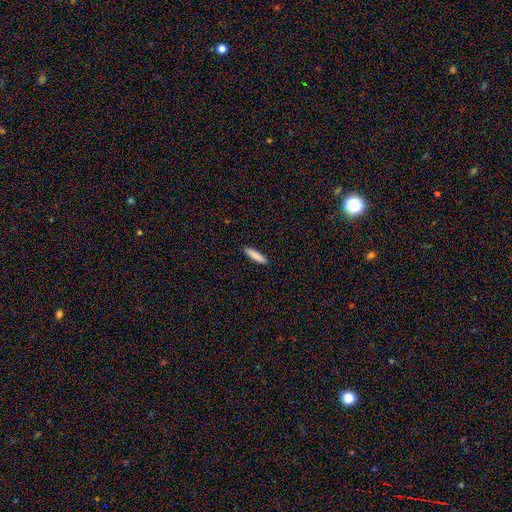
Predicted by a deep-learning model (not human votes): Smooth or featured?
  - smooth: 87% *
  - featured or disk: 7%
  - star or artifact: 6%
How rounded?
  - cigar-shaped: 85% *
  - in between: 14%
  - round: 1%
Merging?
  - none: 92% *
  - minor disturbance: 6%
  - major disturbance: 1%
  - merger: 1%